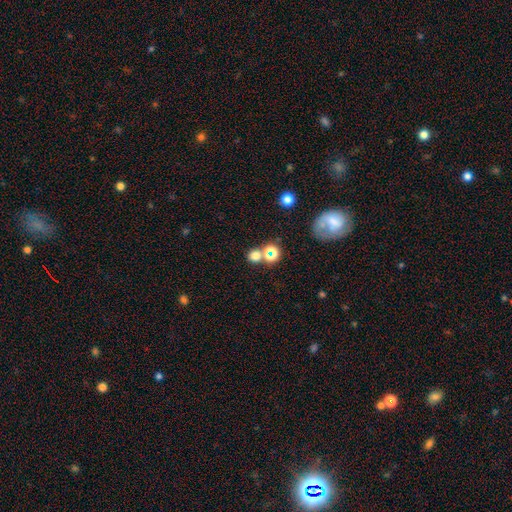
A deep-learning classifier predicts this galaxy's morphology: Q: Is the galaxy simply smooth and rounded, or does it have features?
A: smooth — 67%.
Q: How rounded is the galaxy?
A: round — 83%.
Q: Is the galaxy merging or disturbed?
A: none — 63%.